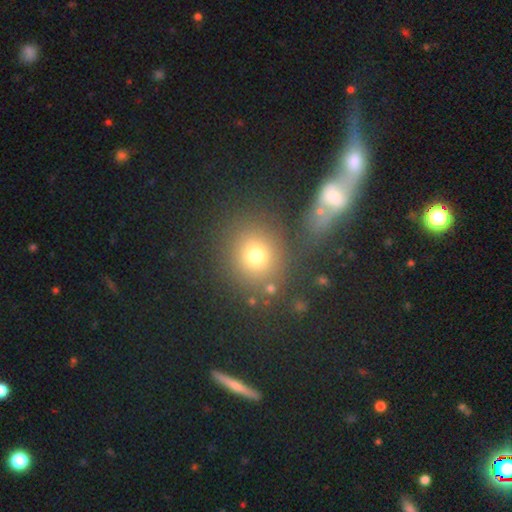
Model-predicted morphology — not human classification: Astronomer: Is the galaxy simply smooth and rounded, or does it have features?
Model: smooth — 73%.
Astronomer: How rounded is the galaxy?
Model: round — 82%.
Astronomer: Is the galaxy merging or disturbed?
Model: none — 69%.